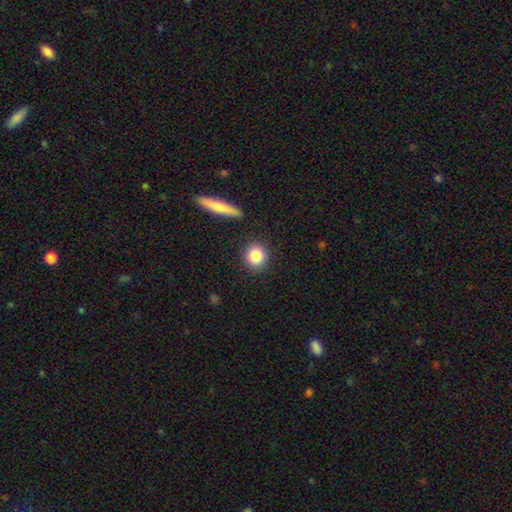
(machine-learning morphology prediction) Smooth or featured: smooth — 85% (star or artifact — 8%)
How rounded: round — 80% (in between — 18%)
Merging: none — 88% (minor disturbance — 8%)